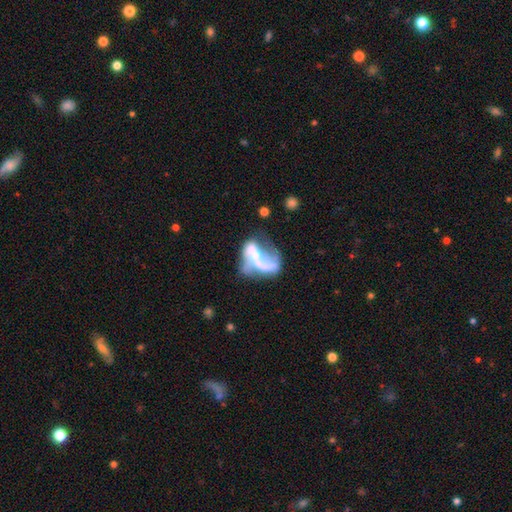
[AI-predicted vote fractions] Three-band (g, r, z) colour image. It shows a featured or disk galaxy (75%) with no bar (37%), 2 (70%) loose (72%) spiral arms (74%) and a small central bulge (41%). Merging: major disturbance (35%).